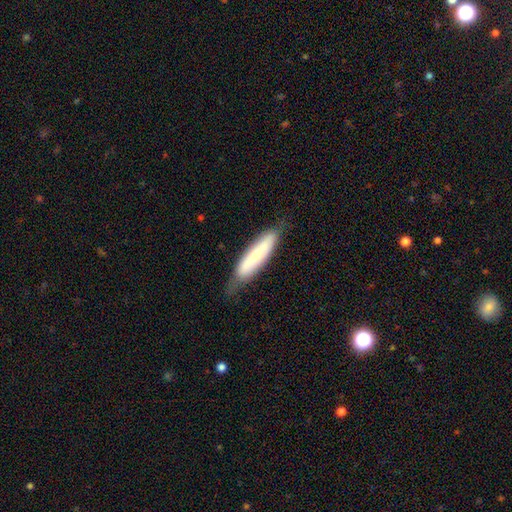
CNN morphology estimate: Smooth or featured?
  - smooth: 71% *
  - featured or disk: 23%
  - star or artifact: 6%
How rounded?
  - cigar-shaped: 80% *
  - in between: 19%
  - round: 1%
Merging?
  - none: 67% *
  - minor disturbance: 25%
  - major disturbance: 6%
  - merger: 2%